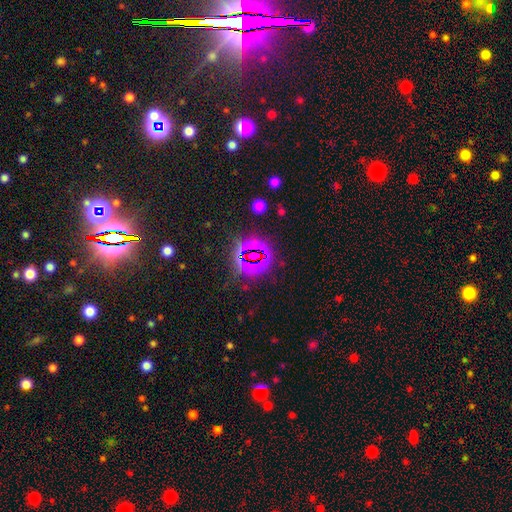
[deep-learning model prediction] Smooth or featured? Predicted: star or artifact (p=0.74).